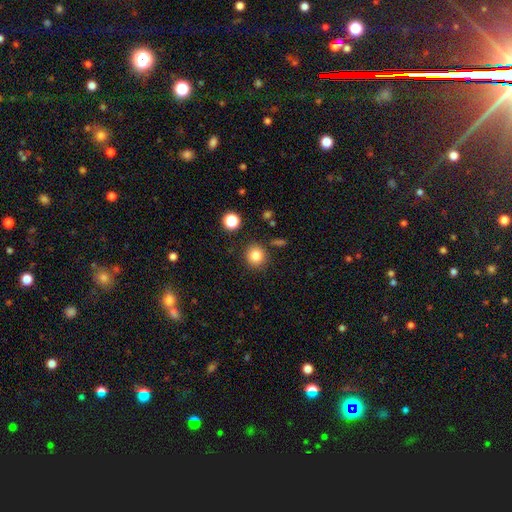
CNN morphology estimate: This appears to be a smooth galaxy with no disk features (82%) that is round (90%). Merging: none (87%).